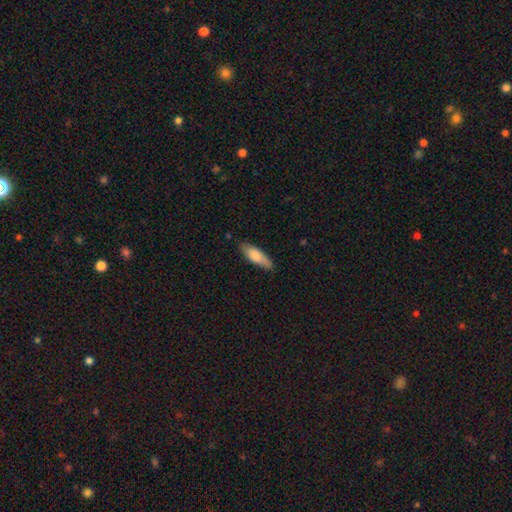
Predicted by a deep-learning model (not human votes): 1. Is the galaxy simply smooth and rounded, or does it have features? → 79% smooth, 16% featured or disk, 5% star or artifact.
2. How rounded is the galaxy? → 50% in between, 48% cigar-shaped, 2% round.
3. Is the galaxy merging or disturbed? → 79% none, 16% minor disturbance, 3% major disturbance, 2% merger.